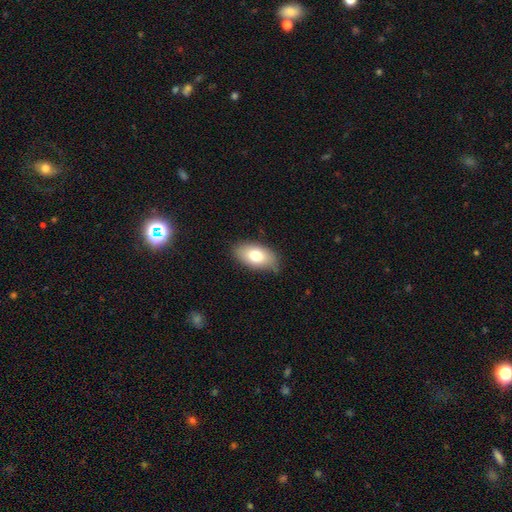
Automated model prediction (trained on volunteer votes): A smooth galaxy with no disk features (76%) that is in between round and cigar-shaped (93%).

Vote fractions:
- Smooth or featured? smooth: 76% / featured or disk: 17% / star or artifact: 7%
- How rounded? in between: 93% / round: 4% / cigar-shaped: 3%
- Merging? none: 78% / minor disturbance: 17% / major disturbance: 3% / merger: 1%